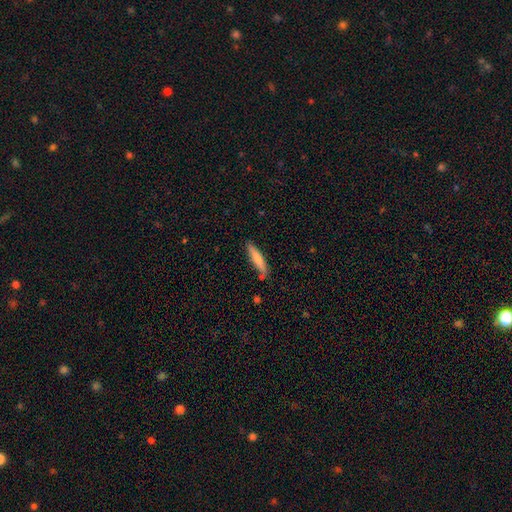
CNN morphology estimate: This is likely a smooth galaxy (64%). How rounded: clearly cigar-shaped (89%). Merging: likely none (80%).